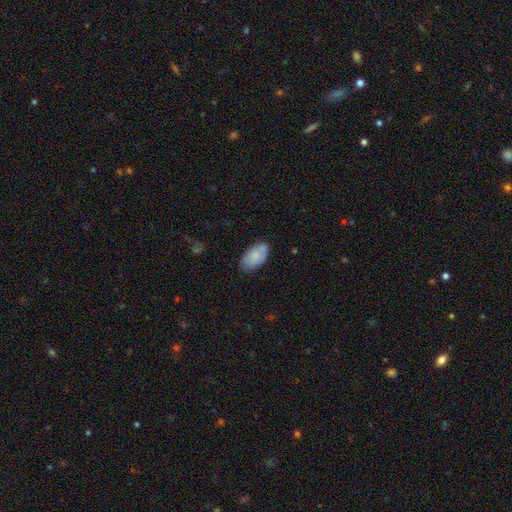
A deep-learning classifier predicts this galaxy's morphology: This appears to be a smooth galaxy with no disk features (75%) that is in between round and cigar-shaped (94%). Merging: none (69%).